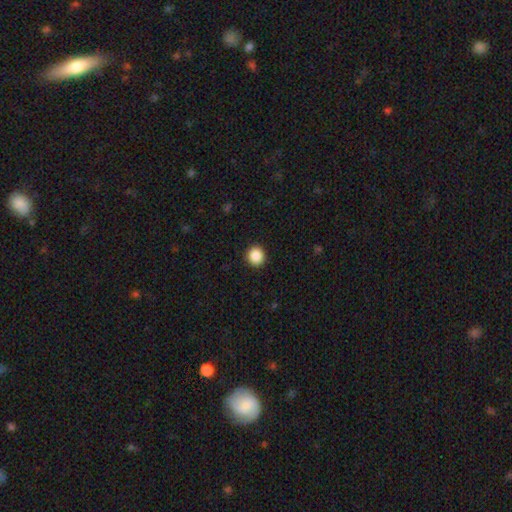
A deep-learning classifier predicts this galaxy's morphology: Smooth or featured?
  - smooth: 88% *
  - star or artifact: 9%
  - featured or disk: 3%
How rounded?
  - round: 89% *
  - in between: 10%
  - cigar-shaped: 1%
Merging?
  - none: 92% *
  - minor disturbance: 5%
  - major disturbance: 2%
  - merger: 1%